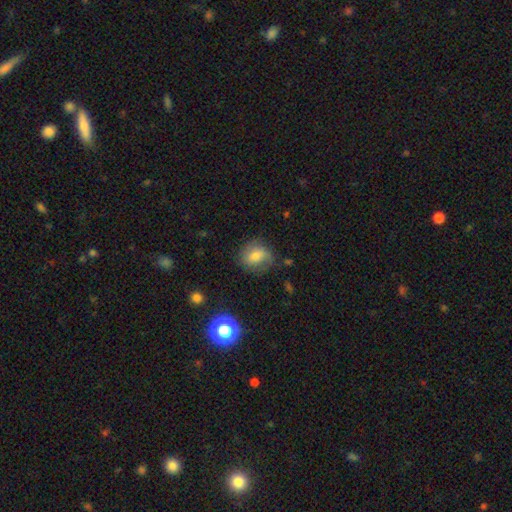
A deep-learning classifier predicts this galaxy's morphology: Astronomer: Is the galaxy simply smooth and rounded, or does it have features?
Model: smooth — 62%.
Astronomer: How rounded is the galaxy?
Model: round — 61% (runner-up: in between, 38%).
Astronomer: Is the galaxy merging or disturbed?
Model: none — 69%.